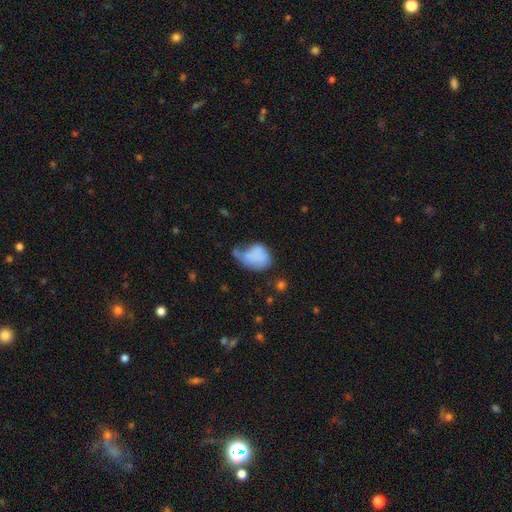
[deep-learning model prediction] A smooth galaxy with no disk features (68%) that is in between round and cigar-shaped (66%). Merging: major disturbance (34%).